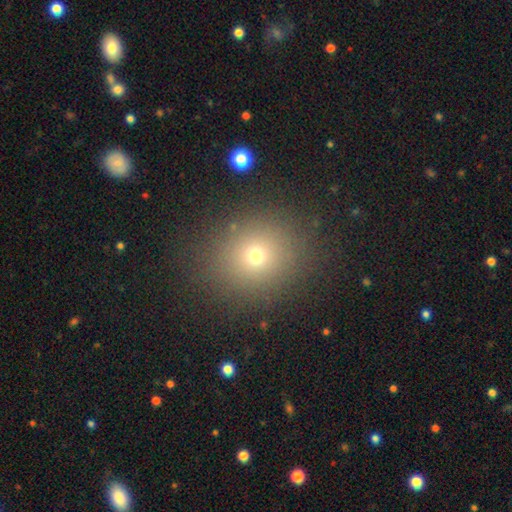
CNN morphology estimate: Smooth or featured? Predicted: smooth (p=0.67). How rounded? Predicted: round (p=0.73). Merging? Predicted: none (p=0.87).